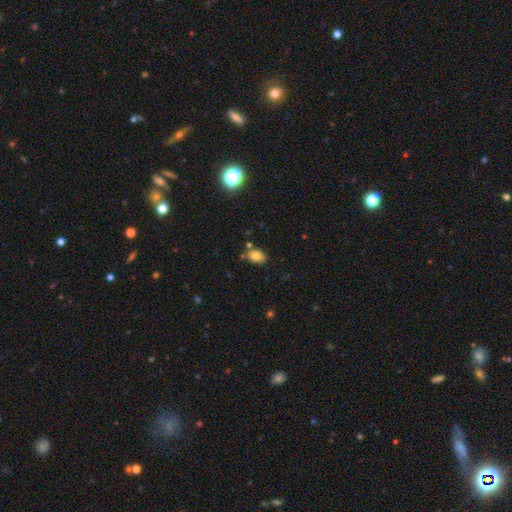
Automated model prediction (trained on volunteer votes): smooth-or-featured: smooth: 80% | star or artifact: 11% | featured or disk: 8%
  how-rounded: in between: 76% | round: 22% | cigar-shaped: 1%
  merging: none: 73% | minor disturbance: 14% | merger: 9% | major disturbance: 3%